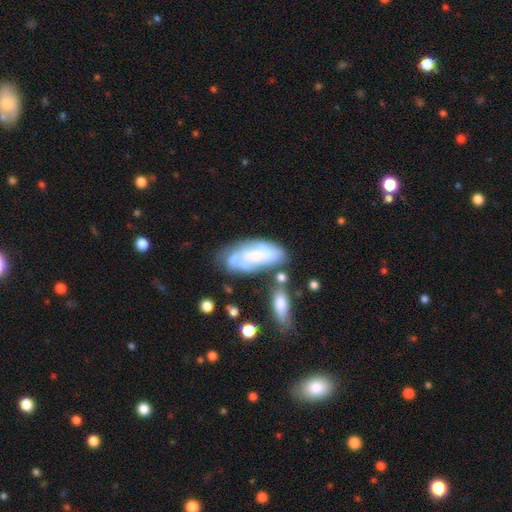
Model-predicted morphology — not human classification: Q: Smooth or featured?
A: featured or disk (60%); runner-up: smooth (32%)
Q: Edge-on disk?
A: no (90%); runner-up: yes (10%)
Q: Bar?
A: no (73%); runner-up: weak (22%)
Q: Spiral arms?
A: yes (75%); runner-up: no (25%)
Q: Bulge size?
A: small (57%); runner-up: moderate (23%)
Q: Merging?
A: none (51%); runner-up: minor disturbance (23%)